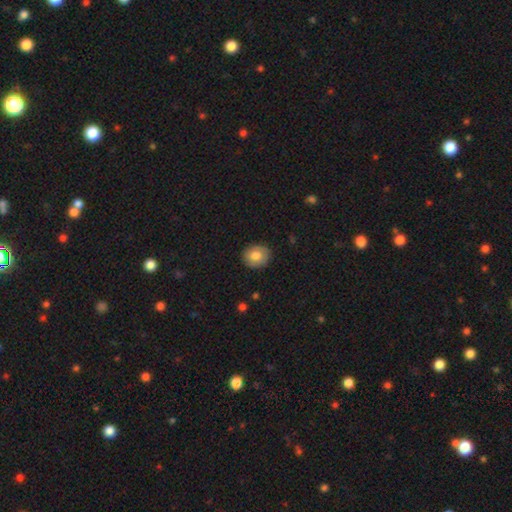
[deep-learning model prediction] A smooth galaxy with no disk features (77%) that is round (63%). Merging: none (87%).